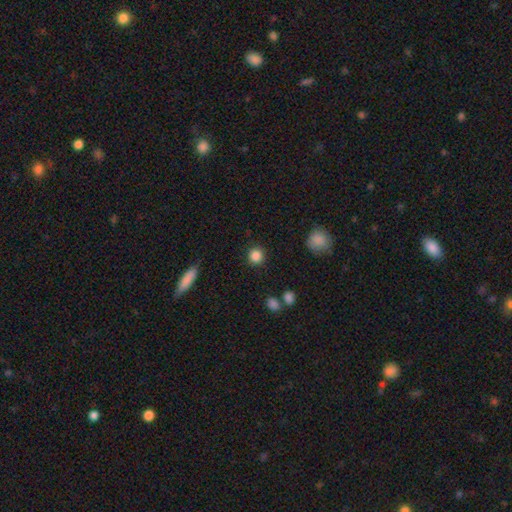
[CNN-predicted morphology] Smooth or featured?
  - smooth: 86% *
  - star or artifact: 10%
  - featured or disk: 4%
How rounded?
  - round: 92% *
  - in between: 7%
  - cigar-shaped: 1%
Merging?
  - none: 89% *
  - minor disturbance: 6%
  - major disturbance: 3%
  - merger: 2%